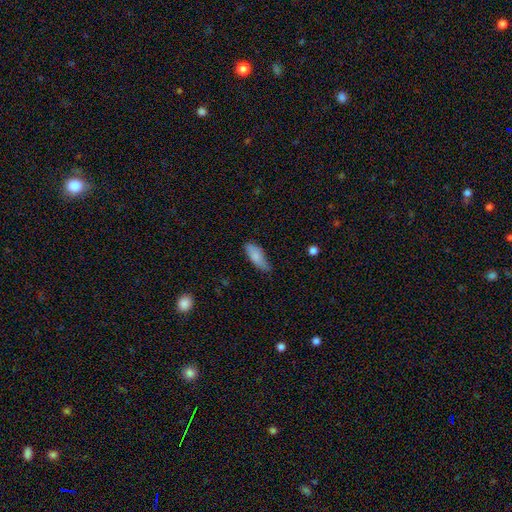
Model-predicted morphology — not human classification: The model was most divided on "merging": none: 59%, minor disturbance: 33%, major disturbance: 6%, merger: 2%. More confident: smooth or featured — smooth (84%); how rounded — in between (74%).